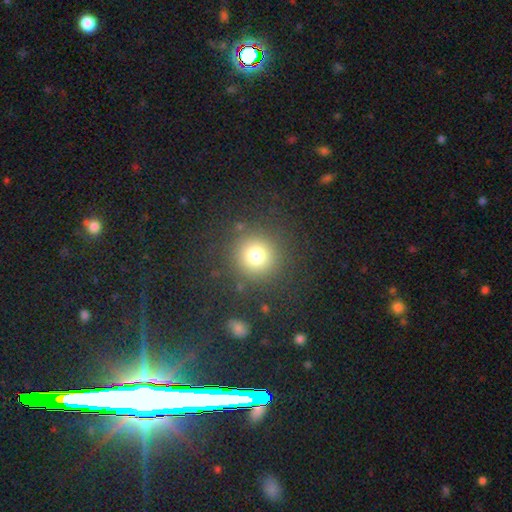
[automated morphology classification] The model was most divided on "smooth or featured": smooth: 76%, star or artifact: 16%, featured or disk: 8%. More confident: how rounded — round (94%); merging — none (87%).